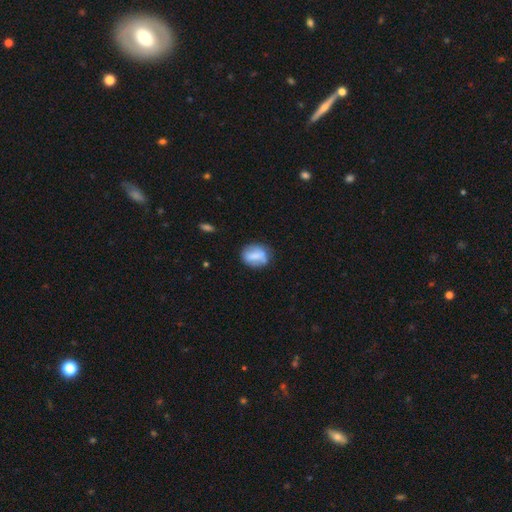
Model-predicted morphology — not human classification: Overall: smooth (66%; featured or disk 26%). How rounded: in between (57%; round 41%). Merging: none (68%).